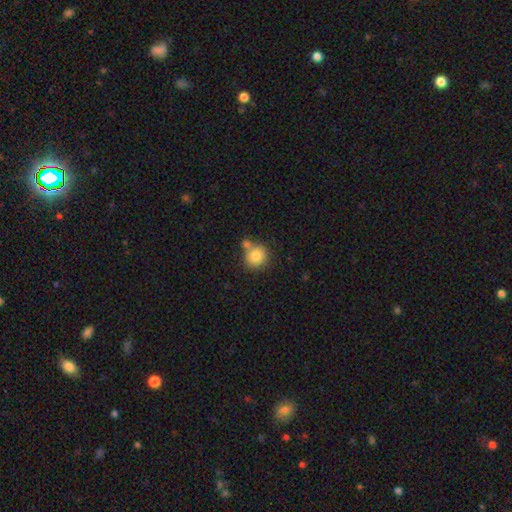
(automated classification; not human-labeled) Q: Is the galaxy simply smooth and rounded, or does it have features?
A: smooth — 83%.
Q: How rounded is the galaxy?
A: round — 89%.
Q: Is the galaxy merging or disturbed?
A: none — 58%.